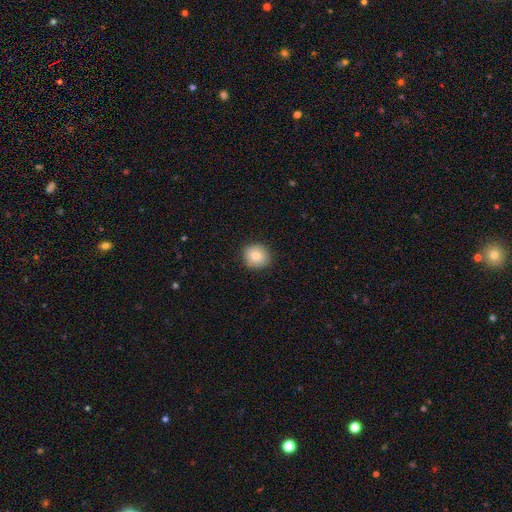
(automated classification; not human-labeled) A smooth galaxy with no disk features (79%) that is round (87%).

Vote fractions:
- Smooth or featured? smooth: 79% / featured or disk: 12% / star or artifact: 9%
- How rounded? round: 87% / in between: 12% / cigar-shaped: 1%
- Merging? none: 87% / minor disturbance: 10% / major disturbance: 2% / merger: 1%